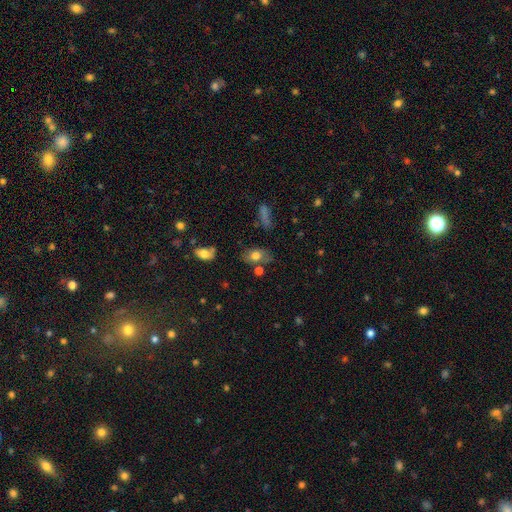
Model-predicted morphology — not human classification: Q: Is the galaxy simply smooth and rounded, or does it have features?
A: smooth — 74%.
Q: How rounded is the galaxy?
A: in between — 81%.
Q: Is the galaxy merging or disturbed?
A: none — 66%.